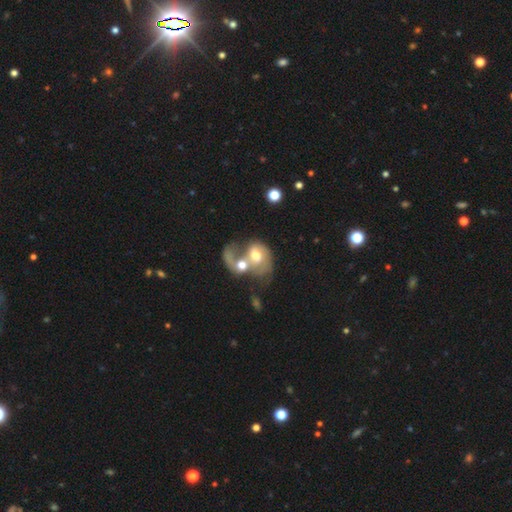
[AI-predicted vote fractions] This is possibly a featured or disk galaxy (57%). It is clearly not viewed edge-on (97%). Bar: likely no (62%). Spiral arm pattern: likely yes (65%). Central bulge: likely moderate (65%). Merging: likely merger (75%).